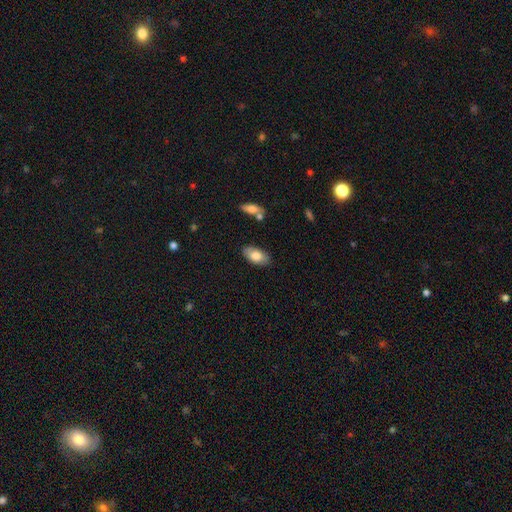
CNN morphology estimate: Smooth or featured? Predicted: smooth (p=0.79). How rounded? Predicted: in between (p=0.94). Merging? Predicted: none (p=0.84).